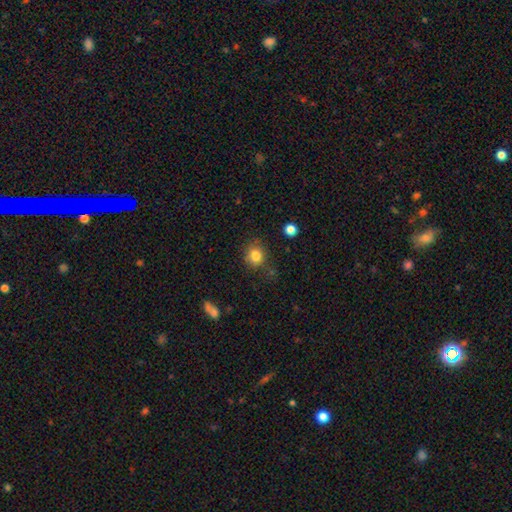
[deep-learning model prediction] This is clearly a smooth galaxy (82%). How rounded: likely round (68%). Merging: likely none (75%).